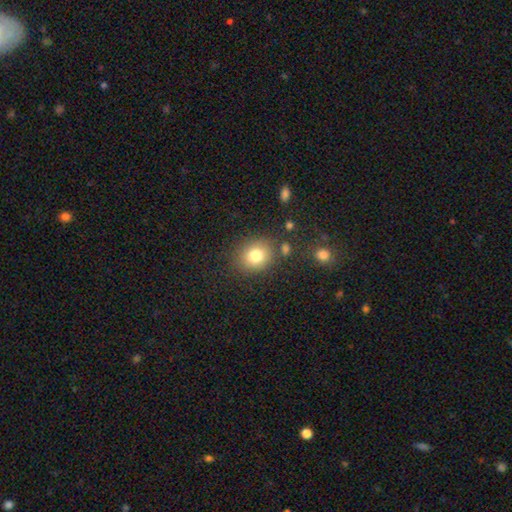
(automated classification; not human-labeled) This is likely a smooth galaxy (80%). How rounded: likely round (69%). Merging: likely none (80%).